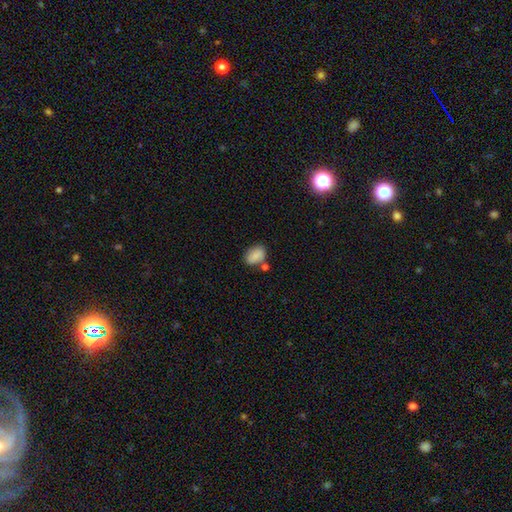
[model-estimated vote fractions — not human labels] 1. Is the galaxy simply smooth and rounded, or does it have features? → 86% smooth, 8% star or artifact, 6% featured or disk.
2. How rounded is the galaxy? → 85% in between, 14% round, 1% cigar-shaped.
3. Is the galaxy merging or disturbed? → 63% none, 18% minor disturbance, 14% merger, 5% major disturbance.